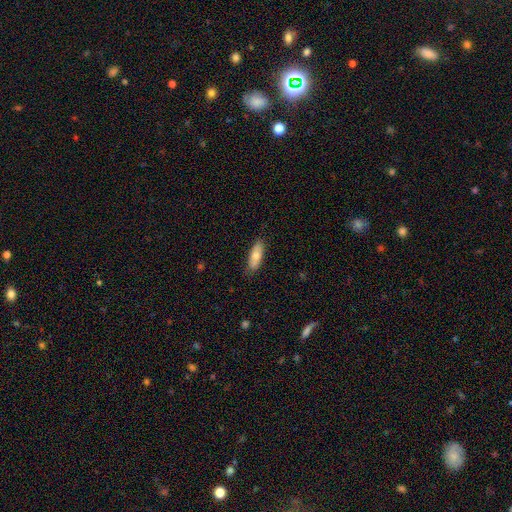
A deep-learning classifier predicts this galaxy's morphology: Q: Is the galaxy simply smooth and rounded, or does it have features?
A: smooth — 72%.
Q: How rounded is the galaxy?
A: in between — 66%.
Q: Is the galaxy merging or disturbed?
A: none — 84%.